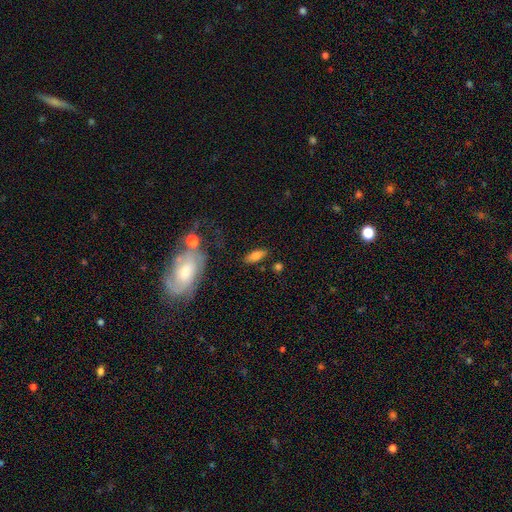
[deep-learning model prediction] A smooth galaxy with no disk features (75%) that is in between round and cigar-shaped (72%).

Vote fractions:
- Smooth or featured? smooth: 75% / featured or disk: 17% / star or artifact: 8%
- How rounded? in between: 72% / cigar-shaped: 24% / round: 4%
- Merging? none: 79% / minor disturbance: 13% / merger: 4% / major disturbance: 4%